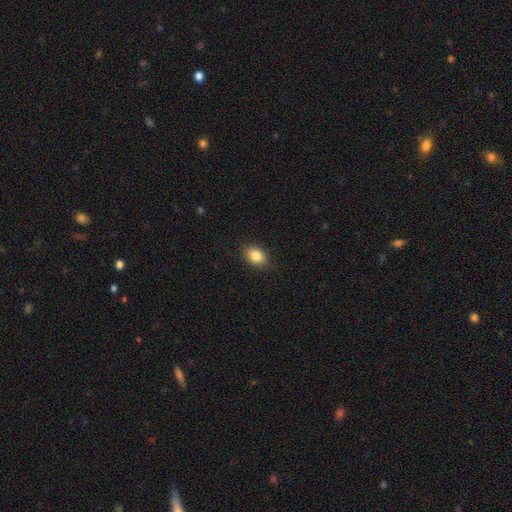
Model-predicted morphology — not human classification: Smooth or featured? smooth (85%)
How rounded? in between (76%)
Merging? none (87%)